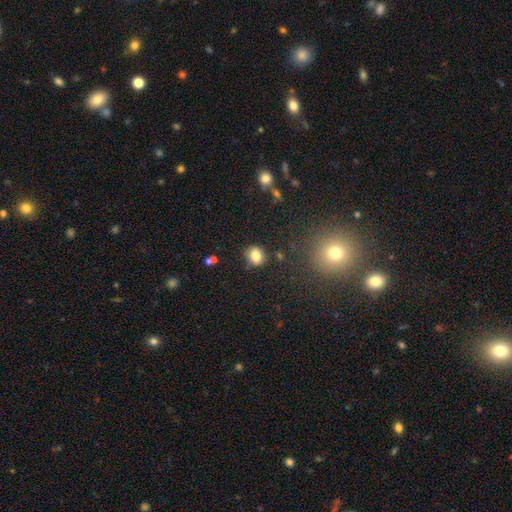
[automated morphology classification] smooth-or-featured: smooth: 82% | star or artifact: 11% | featured or disk: 8%
  how-rounded: round: 62% | in between: 37% | cigar-shaped: 1%
  merging: none: 81% | minor disturbance: 12% | merger: 4% | major disturbance: 3%